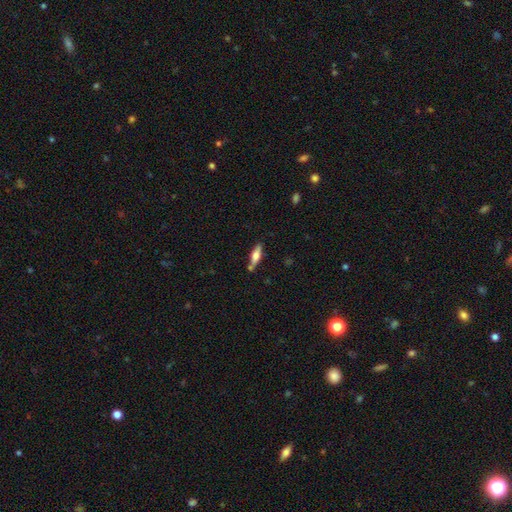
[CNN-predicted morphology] Smooth or featured: smooth — 52% (featured or disk — 42%)
How rounded: cigar-shaped — 54% (in between — 44%)
Merging: none — 74% (minor disturbance — 15%)